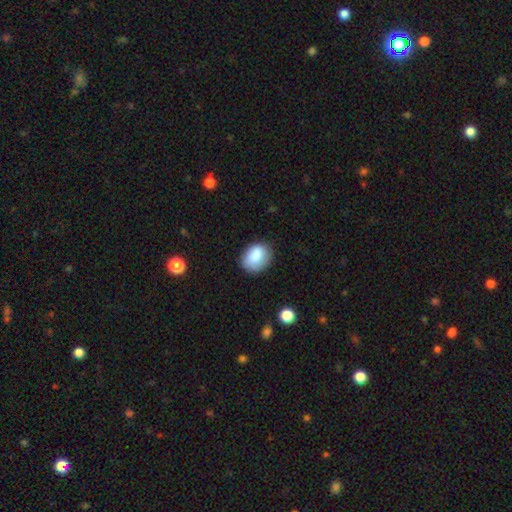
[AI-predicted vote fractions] This is clearly a smooth galaxy (84%). How rounded: likely in between (63%). Merging: likely none (75%).